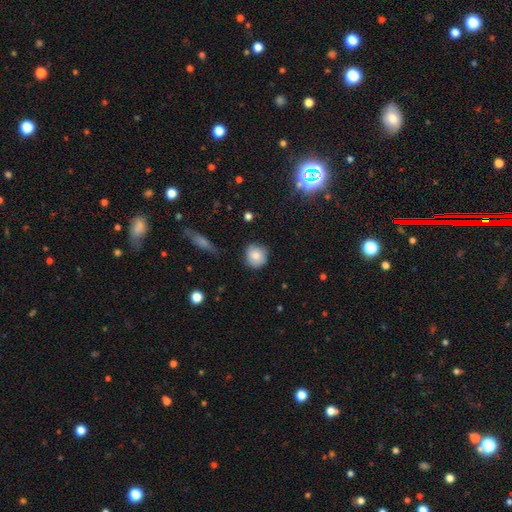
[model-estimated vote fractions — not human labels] A smooth galaxy with no disk features (81%) that is round (86%). Merging: none (75%).